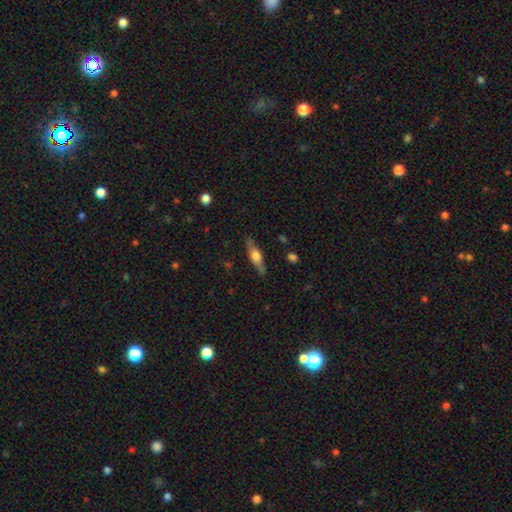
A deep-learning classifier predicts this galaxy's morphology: Smooth or featured? featured or disk (54%)
Edge-on disk? yes (90%)
Merging? none (83%)